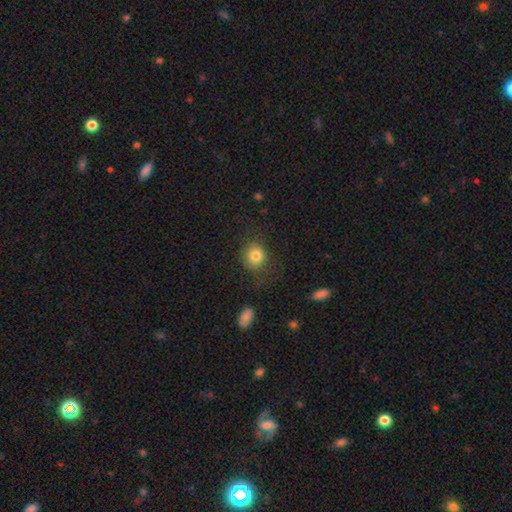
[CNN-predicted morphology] type=smooth (82%); roundness=round (80%); merging=none (77%).